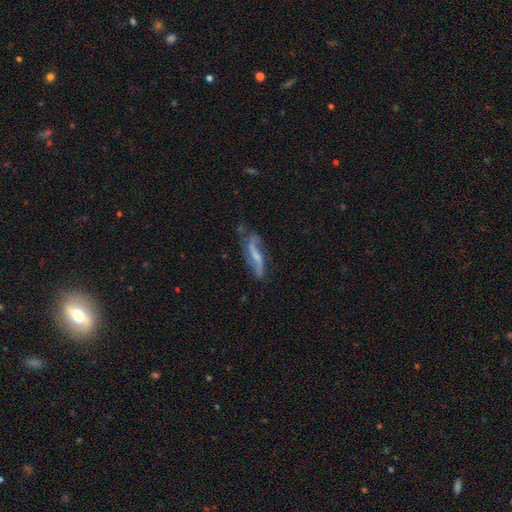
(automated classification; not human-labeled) Morphology: type=featured or disk (74%); edge-on=no (80%); bar=weak (39%); spiral arms=yes (90%); winding=loose (80%); arm count=2 (88%); bulge=small (43%); merging=none (59%).